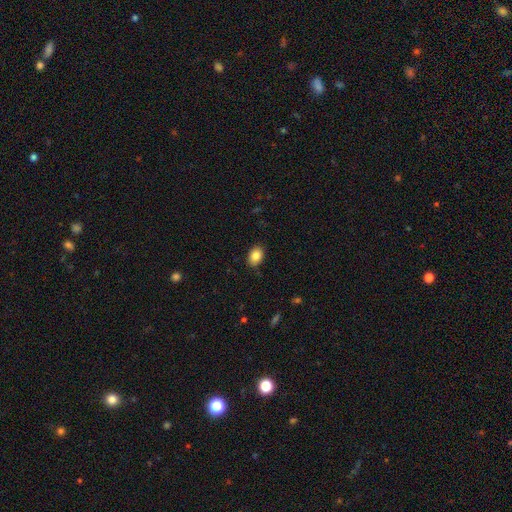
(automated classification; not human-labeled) Smooth or featured: smooth — 85% (star or artifact — 8%)
How rounded: in between — 73% (round — 26%)
Merging: none — 87% (minor disturbance — 10%)